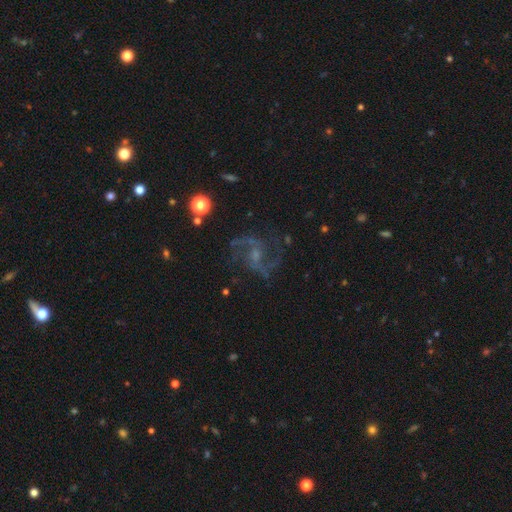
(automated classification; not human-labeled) Overall: featured or disk (84%). Edge-on disk: no (97%). Bar: weak (46%; no 42%). Spiral arms: yes (96%). Spiral arm count: 2 (78%). Spiral winding: medium (47%; loose 44%). Bulge size: small (54%; moderate 29%). Merging: none (72%).